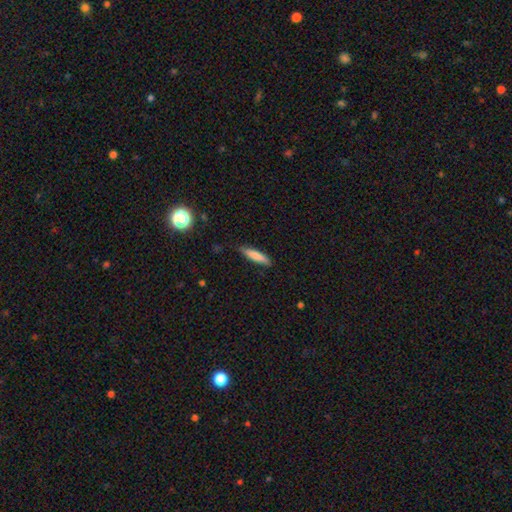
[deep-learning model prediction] Overall: smooth (79%). How rounded: cigar-shaped (83%). Merging: none (84%).